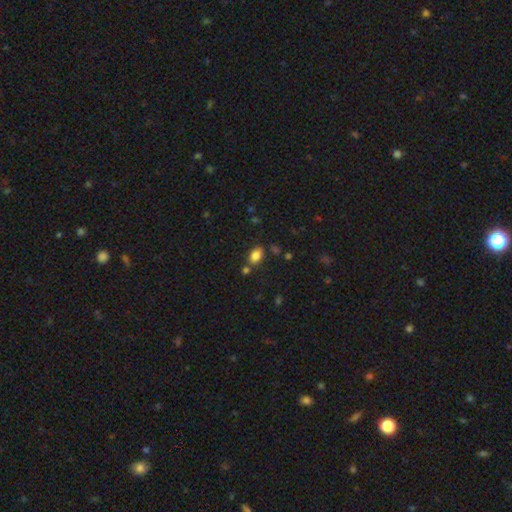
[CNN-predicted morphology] Smooth or featured? smooth (83%)
How rounded? in between (82%)
Merging? none (72%)